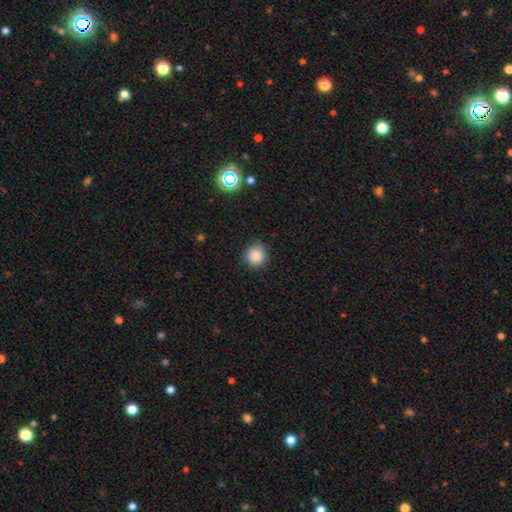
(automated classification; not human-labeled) smooth_or_featured: smooth (p=0.87) [alt: star or artifact p=0.10]
how_rounded: round (p=0.85) [alt: in between p=0.14]
merging: none (p=0.85) [alt: minor disturbance p=0.12]